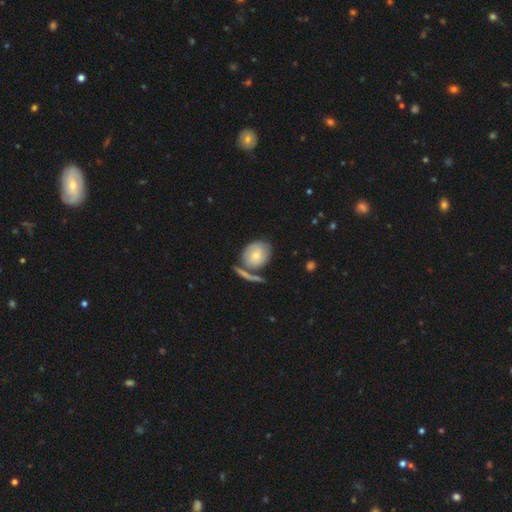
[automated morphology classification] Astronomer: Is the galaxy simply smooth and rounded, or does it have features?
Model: smooth — 62%.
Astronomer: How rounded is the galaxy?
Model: round — 58% (runner-up: in between, 40%).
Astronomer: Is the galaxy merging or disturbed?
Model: none — 55%.